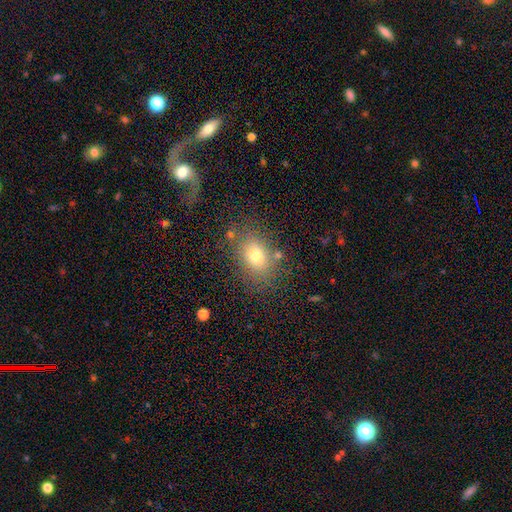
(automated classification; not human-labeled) smooth 73%, featured or disk 14%, star or artifact 13%. Down the decision tree: how rounded — in between (64%); merging — none (76%).